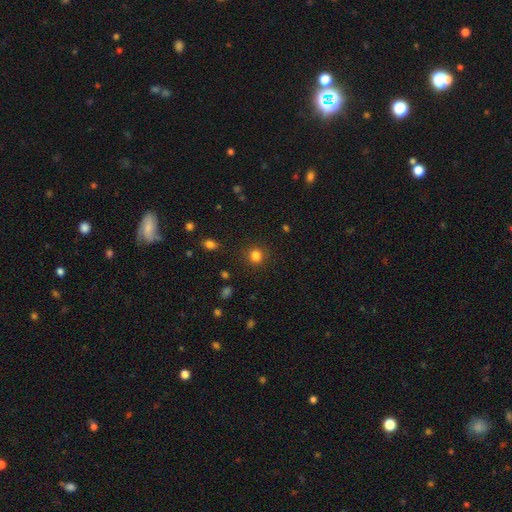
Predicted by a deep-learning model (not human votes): This is clearly a smooth galaxy (82%). How rounded: clearly round (88%). Merging: clearly none (89%).